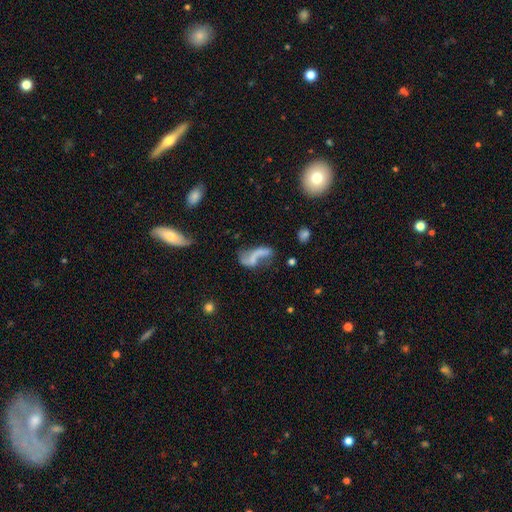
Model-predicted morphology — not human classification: Smooth or featured? Predicted: featured or disk (p=0.64). Edge-on disk? Predicted: no (p=0.95). Bar? Predicted: no (p=0.55). Spiral arms? Predicted: yes (p=0.71). Bulge size? Predicted: none (p=0.70). Merging? Predicted: none (p=0.37).